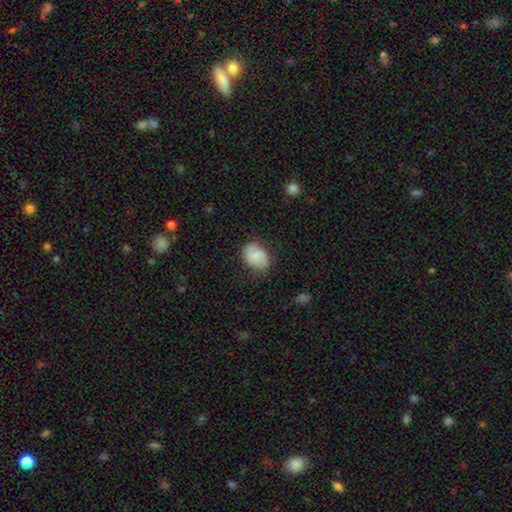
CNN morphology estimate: Q: Smooth or featured?
A: smooth (67%); runner-up: featured or disk (26%)
Q: How rounded?
A: in between (68%); runner-up: round (31%)
Q: Merging?
A: none (70%); runner-up: minor disturbance (23%)